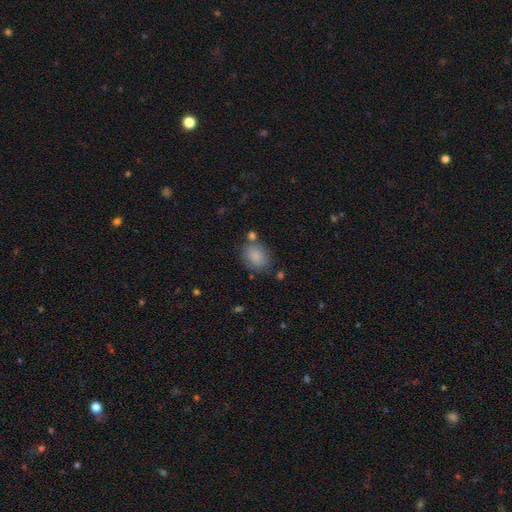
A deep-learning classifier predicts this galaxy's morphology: Smooth or featured? smooth (85%)
How rounded? in between (60%)
Merging? none (71%)